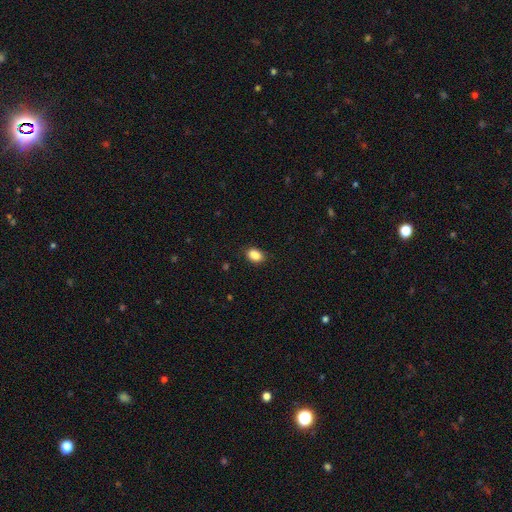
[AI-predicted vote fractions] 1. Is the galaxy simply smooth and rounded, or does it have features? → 88% smooth, 9% star or artifact, 3% featured or disk.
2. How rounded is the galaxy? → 79% in between, 20% round, 1% cigar-shaped.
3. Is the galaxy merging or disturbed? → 84% none, 12% minor disturbance, 3% major disturbance, 1% merger.